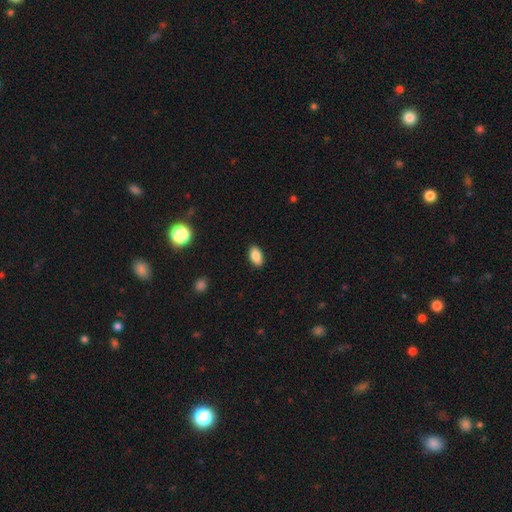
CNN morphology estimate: A smooth galaxy with no disk features (85%) that is in between round and cigar-shaped (92%). Merging: none (89%).